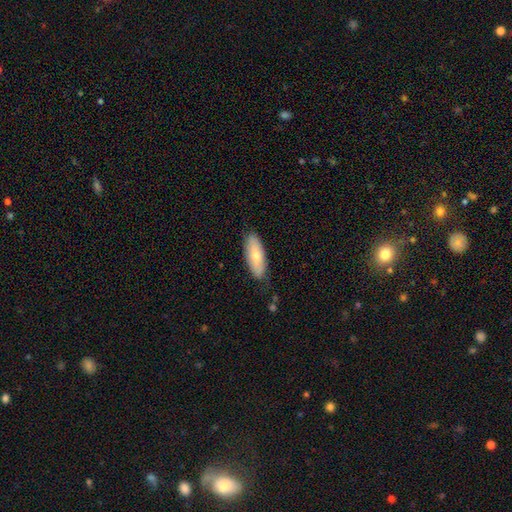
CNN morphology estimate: A smooth galaxy with no disk features (73%) that is in between round and cigar-shaped (71%). Merging: none (82%).